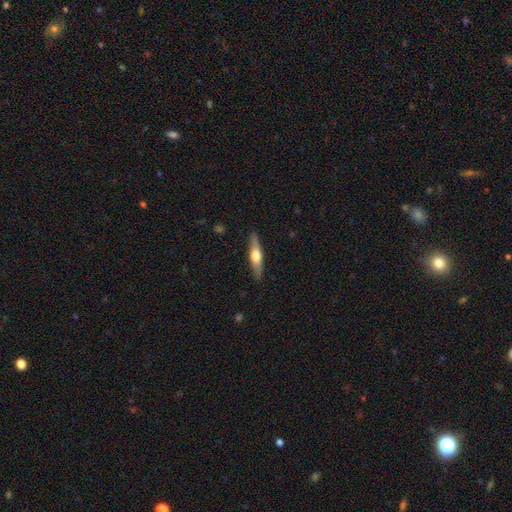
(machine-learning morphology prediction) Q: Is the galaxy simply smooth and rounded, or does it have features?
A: featured or disk — 54%.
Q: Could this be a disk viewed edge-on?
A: yes — 94%.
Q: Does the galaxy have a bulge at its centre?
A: rounded — 92%.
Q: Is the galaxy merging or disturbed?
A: none — 88%.